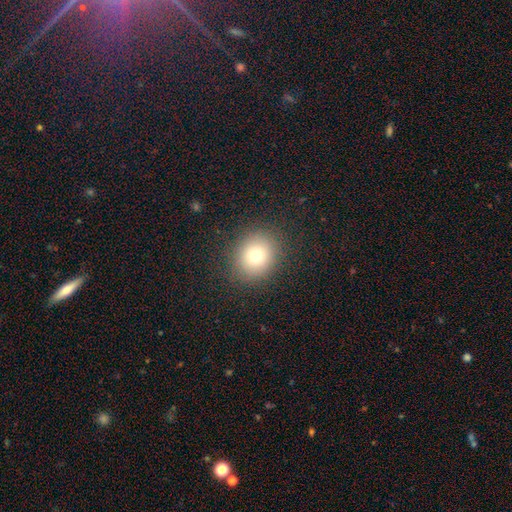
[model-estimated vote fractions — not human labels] smooth_or_featured: smooth (p=0.74) [alt: star or artifact p=0.14]
how_rounded: round (p=0.77) [alt: in between p=0.22]
merging: none (p=0.88) [alt: minor disturbance p=0.07]